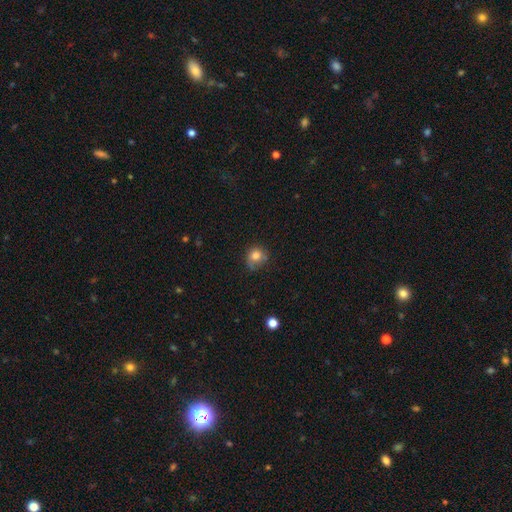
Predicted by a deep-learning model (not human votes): The model was most divided on "merging": none: 56%, minor disturbance: 30%, major disturbance: 11%, merger: 3%. More confident: smooth or featured — smooth (77%); how rounded — round (76%).